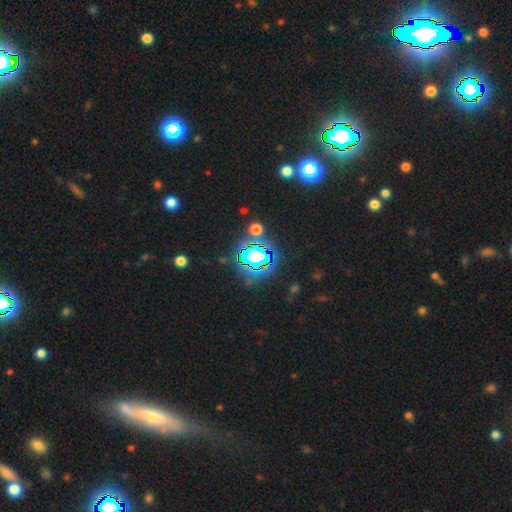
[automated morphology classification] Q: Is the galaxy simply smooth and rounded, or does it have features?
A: star or artifact — 79%.